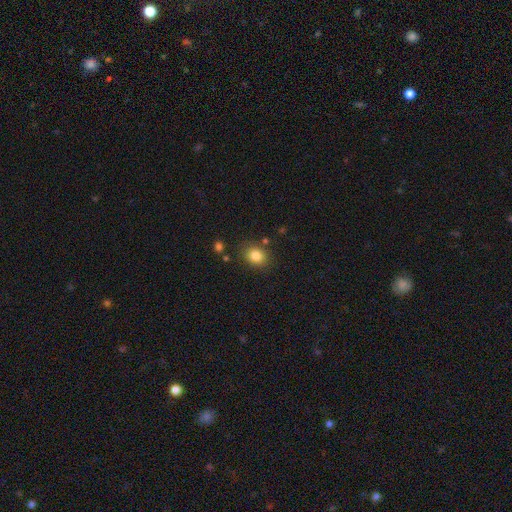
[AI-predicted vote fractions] smooth_or_featured: smooth (p=0.84) [alt: star or artifact p=0.10]
how_rounded: round (p=0.57) [alt: in between p=0.42]
merging: none (p=0.82) [alt: minor disturbance p=0.11]